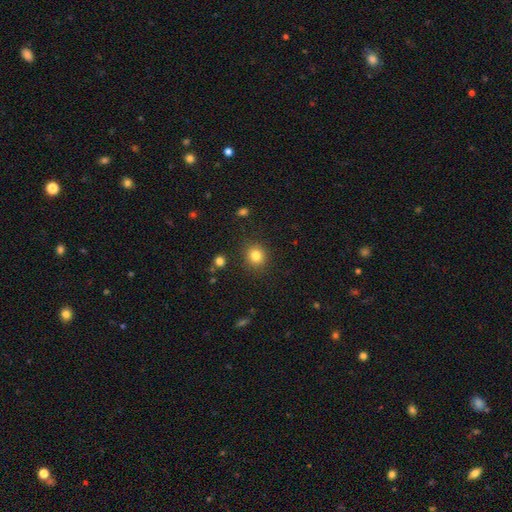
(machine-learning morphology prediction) The model was most divided on "smooth or featured": smooth: 82%, star or artifact: 12%, featured or disk: 6%. More confident: merging — none (89%); how rounded — round (87%).